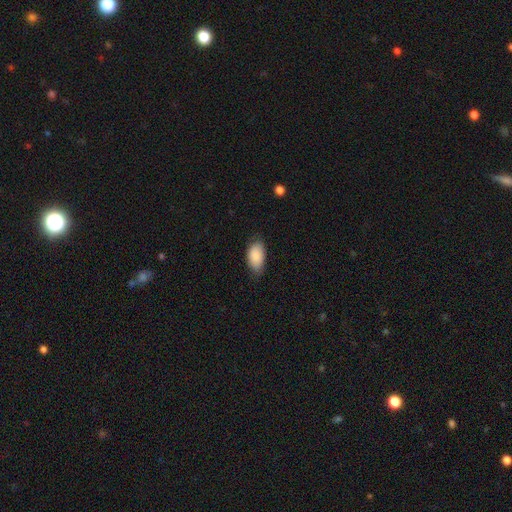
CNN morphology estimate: Smooth or featured? smooth (89%)
How rounded? in between (94%)
Merging? none (70%)